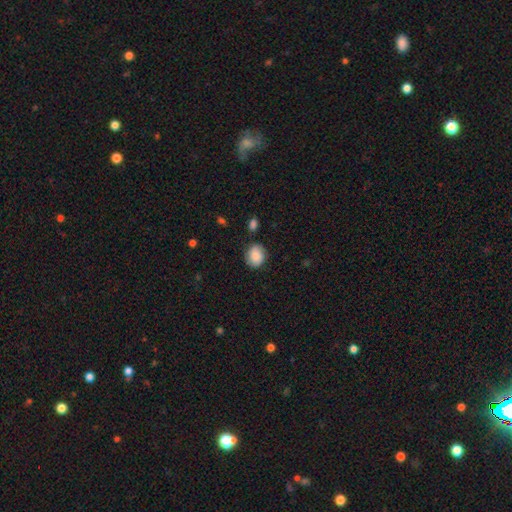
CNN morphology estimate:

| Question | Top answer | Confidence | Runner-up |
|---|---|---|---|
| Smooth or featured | smooth | 81% | featured or disk (11%) |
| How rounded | round | 63% | in between (36%) |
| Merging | none | 79% | minor disturbance (15%) |